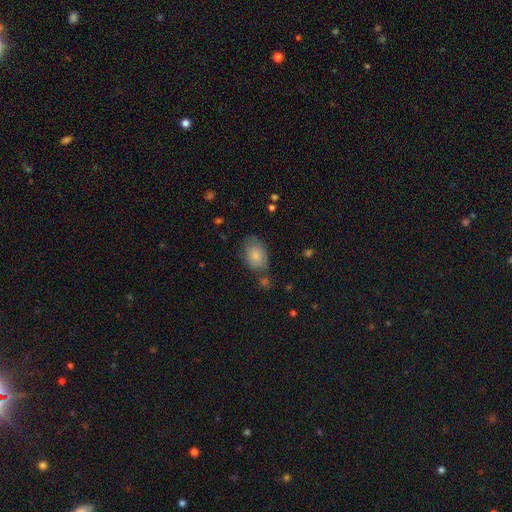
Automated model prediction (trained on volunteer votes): Smooth or featured?
  - smooth: 80% *
  - featured or disk: 13%
  - star or artifact: 7%
How rounded?
  - in between: 82% *
  - round: 17%
  - cigar-shaped: 1%
Merging?
  - none: 60% *
  - minor disturbance: 24%
  - merger: 8%
  - major disturbance: 7%